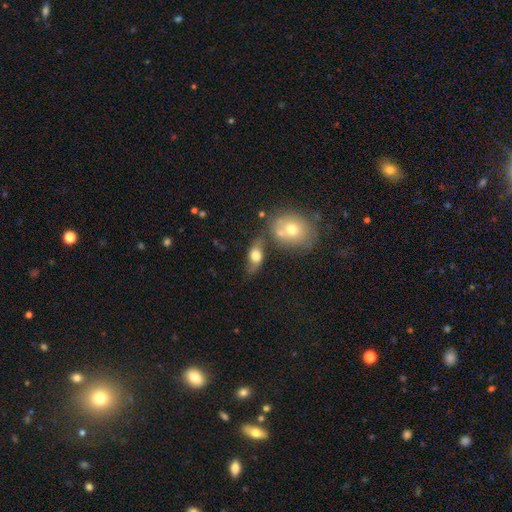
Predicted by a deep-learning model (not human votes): Morphology: type=smooth (50%); merging=none (58%).